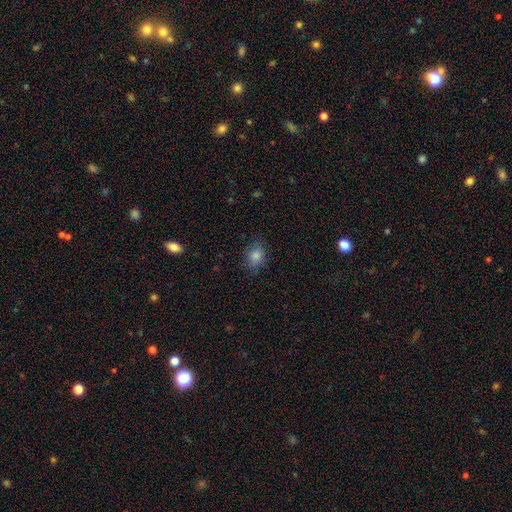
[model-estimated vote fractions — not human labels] This is clearly a smooth galaxy (80%). How rounded: likely in between (65%). Merging: clearly none (81%).